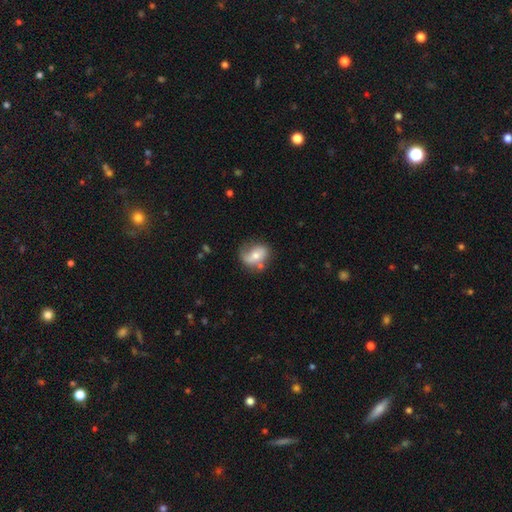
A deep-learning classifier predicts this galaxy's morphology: Q: Smooth or featured?
A: featured or disk (47%); runner-up: smooth (45%)
Q: Merging?
A: none (48%); runner-up: minor disturbance (28%)